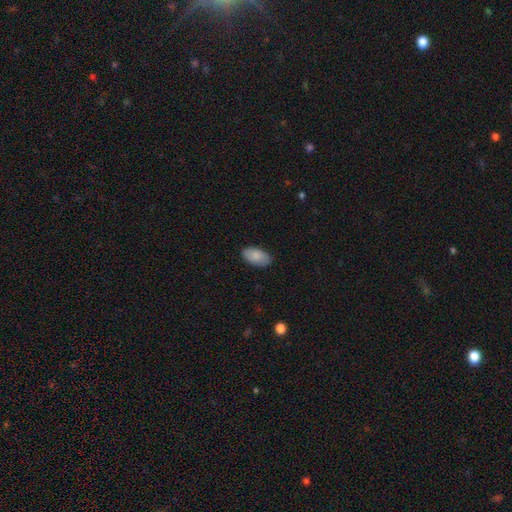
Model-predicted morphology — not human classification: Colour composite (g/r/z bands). It shows a smooth galaxy with no disk features (84%) that is in between round and cigar-shaped (95%). Merging: none (86%).